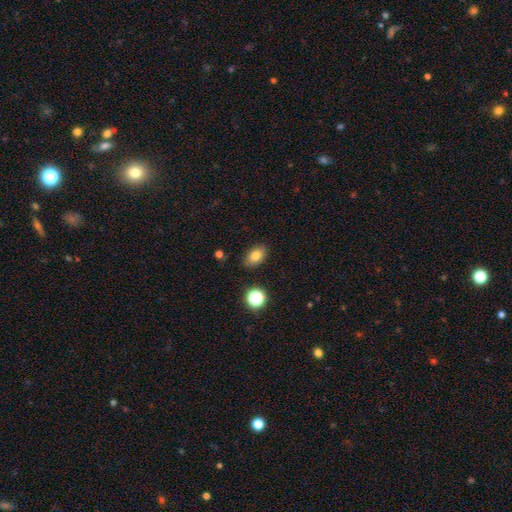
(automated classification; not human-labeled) smooth_or_featured: smooth (p=0.80) [alt: star or artifact p=0.11]
how_rounded: in between (p=0.86) [alt: round p=0.13]
merging: none (p=0.85) [alt: minor disturbance p=0.11]